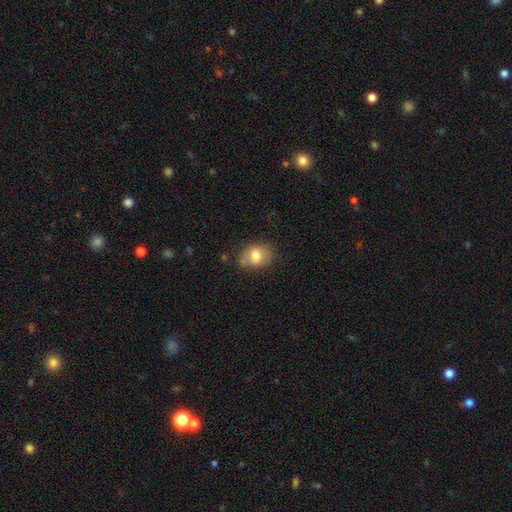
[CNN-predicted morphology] This appears to be a smooth galaxy with no disk features (73%) that is in between round and cigar-shaped (65%). Merging: none (60%).